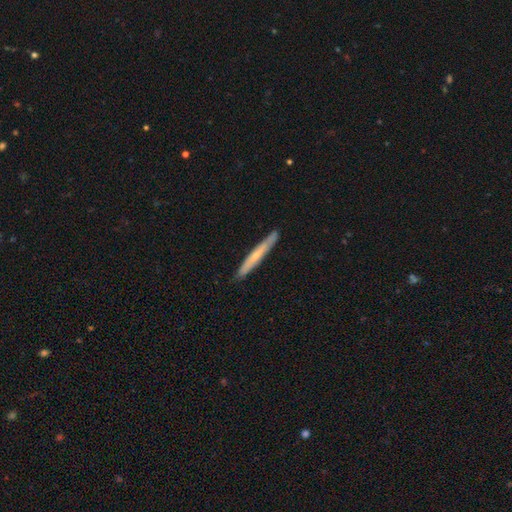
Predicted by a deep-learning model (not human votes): Q: Smooth or featured?
A: smooth (48%); runner-up: featured or disk (46%)
Q: Merging?
A: none (89%); runner-up: minor disturbance (9%)